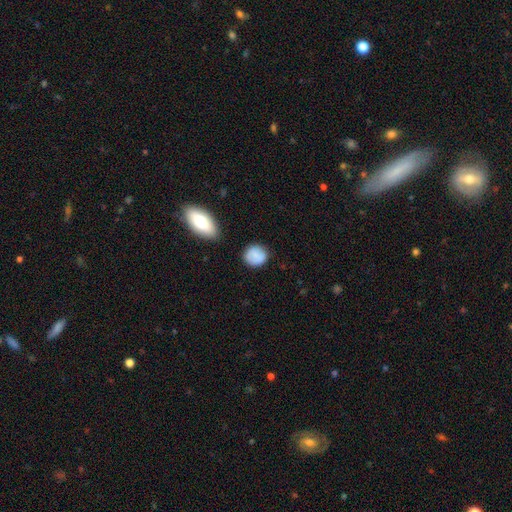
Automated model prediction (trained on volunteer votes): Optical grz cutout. It shows a smooth galaxy with no disk features (83%) that is round (78%). Merging: none (79%).